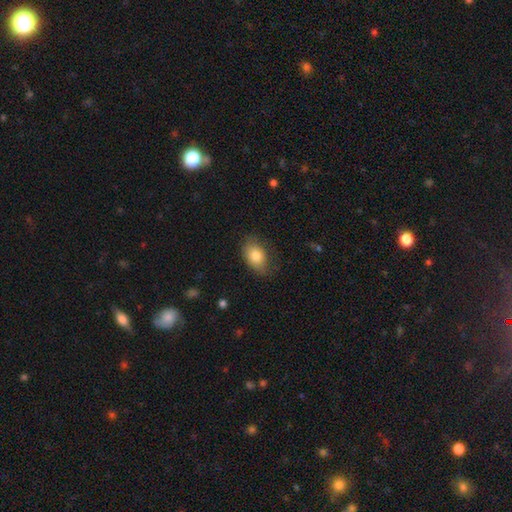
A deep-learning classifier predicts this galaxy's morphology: The model was most divided on "merging": none: 71%, minor disturbance: 22%, major disturbance: 6%, merger: 1%. More confident: how rounded — in between (84%); smooth or featured — smooth (80%).